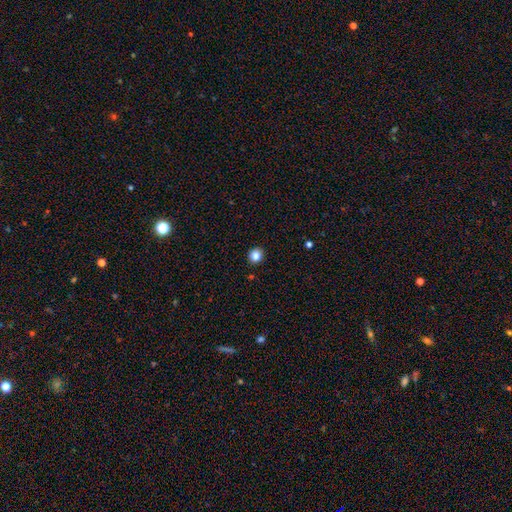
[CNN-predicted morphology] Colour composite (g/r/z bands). It shows a smooth galaxy with no disk features (84%) that is round (83%). Merging: none (92%).